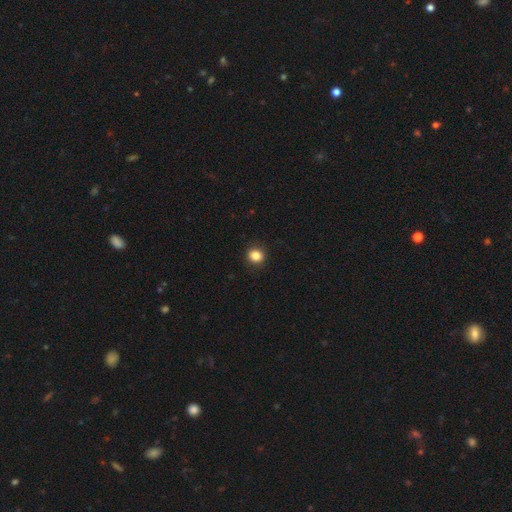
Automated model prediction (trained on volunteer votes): Morphology: type=smooth (85%); roundness=round (77%); merging=none (90%).